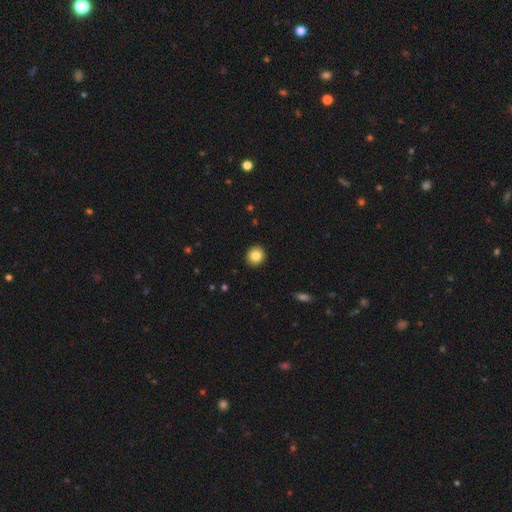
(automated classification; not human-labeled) This appears to be a smooth galaxy with no disk features (85%) that is round (87%). Merging: none (92%).